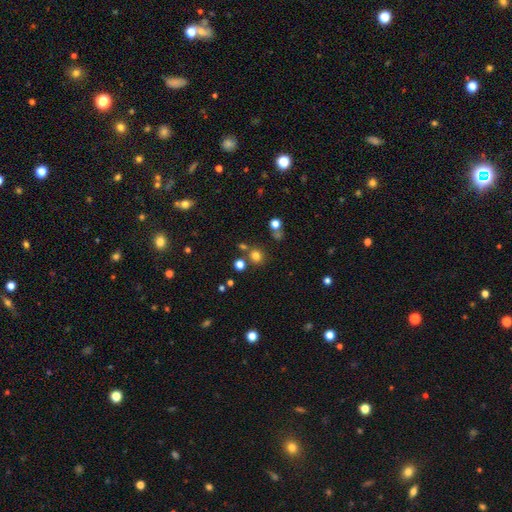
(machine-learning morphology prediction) type=smooth (75%); roundness=round (86%); merging=none (75%).